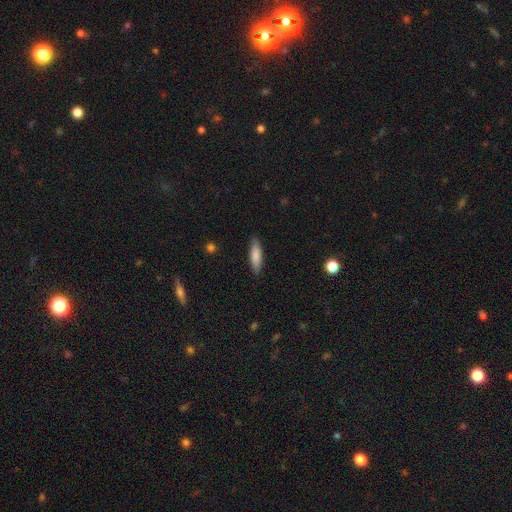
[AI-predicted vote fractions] Smooth or featured? smooth (82%)
How rounded? cigar-shaped (60%)
Merging? none (88%)